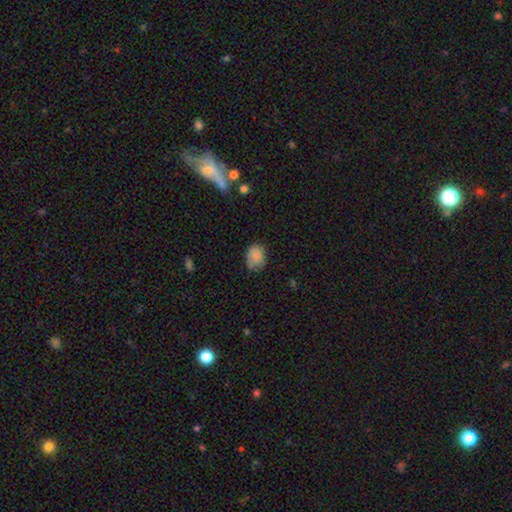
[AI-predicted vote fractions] A smooth galaxy with no disk features (83%) that is in between round and cigar-shaped (59%).

Vote fractions:
- Smooth or featured? smooth: 83% / star or artifact: 10% / featured or disk: 7%
- How rounded? in between: 59% / round: 40% / cigar-shaped: 1%
- Merging? none: 62% / minor disturbance: 30% / major disturbance: 7% / merger: 2%